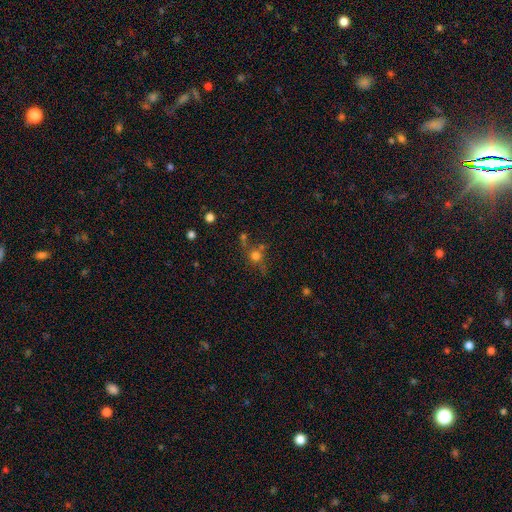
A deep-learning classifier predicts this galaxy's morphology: Smooth or featured? smooth (62%)
How rounded? round (87%)
Merging? none (61%)